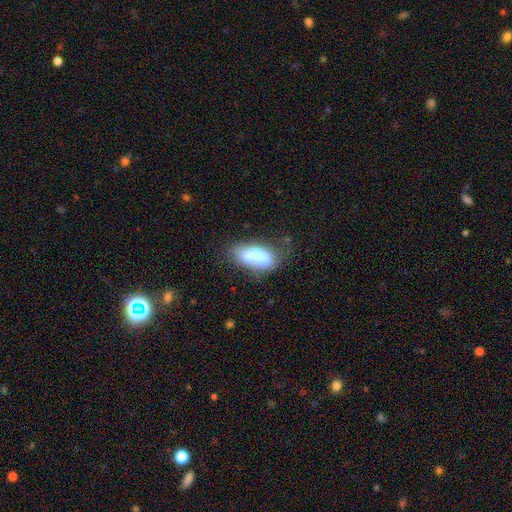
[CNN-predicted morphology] type=smooth (64%); roundness=in between (85%); merging=none (36%).